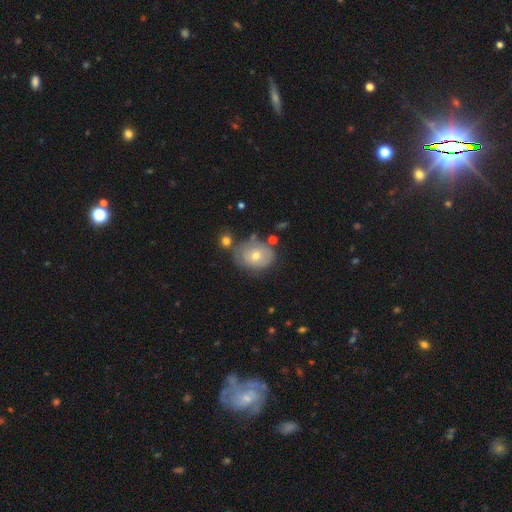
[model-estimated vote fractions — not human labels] Overall: smooth (51%; featured or disk 40%). How rounded: round (50%; in between 49%). Merging: none (57%; minor disturbance 24%).